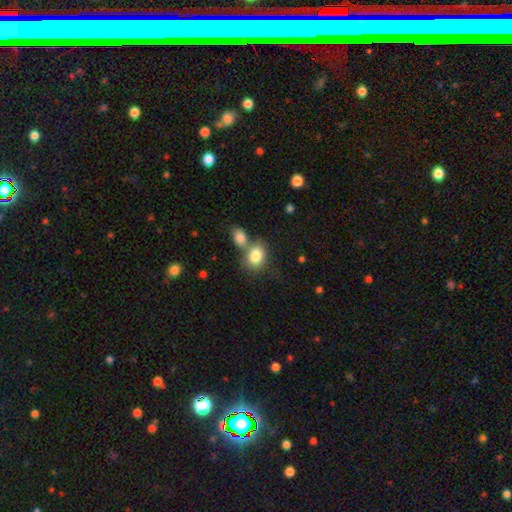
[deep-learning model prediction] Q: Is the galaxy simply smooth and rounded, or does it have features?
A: smooth — 83%.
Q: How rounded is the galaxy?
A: in between — 67%.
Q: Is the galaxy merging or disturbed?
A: merger — 43%.